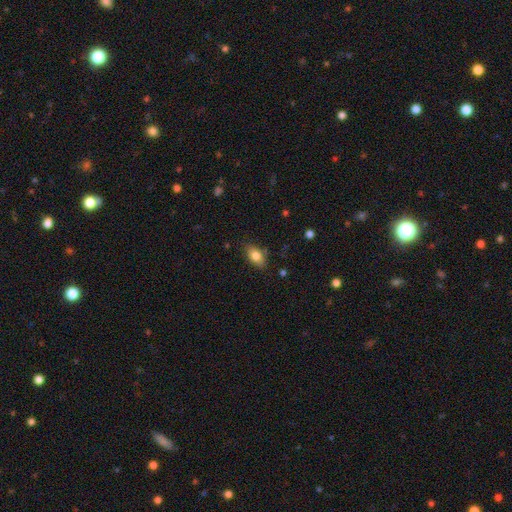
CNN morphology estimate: Smooth or featured: smooth — 81% (featured or disk — 11%)
How rounded: in between — 86% (round — 9%)
Merging: none — 78% (minor disturbance — 17%)